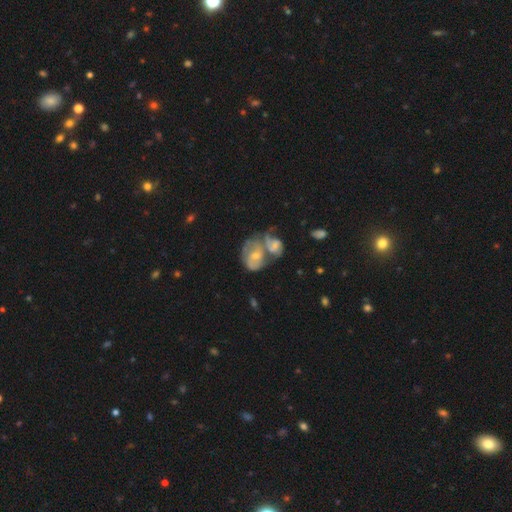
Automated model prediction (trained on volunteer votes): Smooth or featured? Predicted: featured or disk (p=0.65). Edge-on disk? Predicted: no (p=0.96). Bar? Predicted: no (p=0.68). Spiral arms? Predicted: yes (p=0.74). Bulge size? Predicted: moderate (p=0.51). Merging? Predicted: merger (p=0.52).